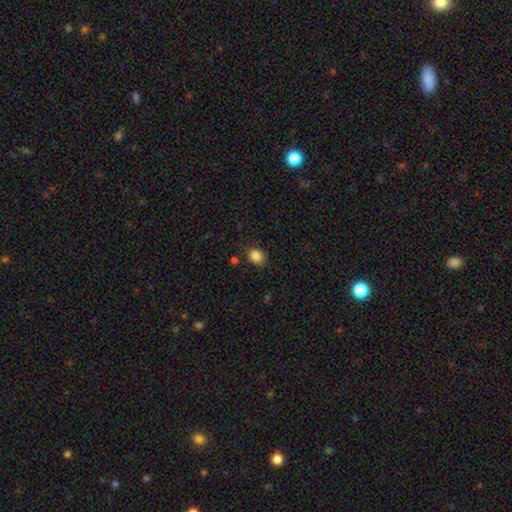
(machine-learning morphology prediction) smooth_or_featured: smooth (p=0.86) [alt: star or artifact p=0.10]
how_rounded: round (p=0.57) [alt: in between p=0.42]
merging: none (p=0.77) [alt: minor disturbance p=0.17]